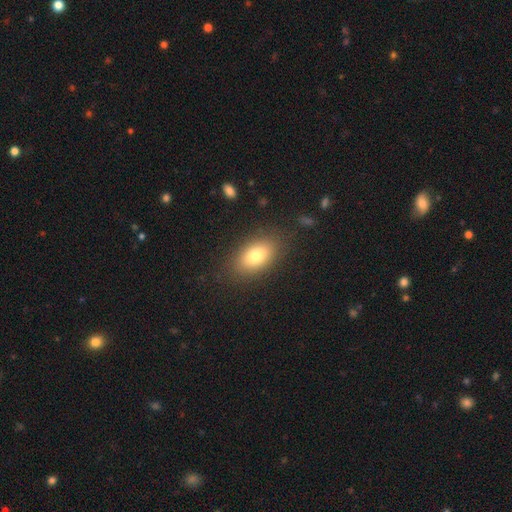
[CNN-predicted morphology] smooth 79%, featured or disk 13%, star or artifact 8%. Down the decision tree: how rounded — in between (89%); merging — none (84%).